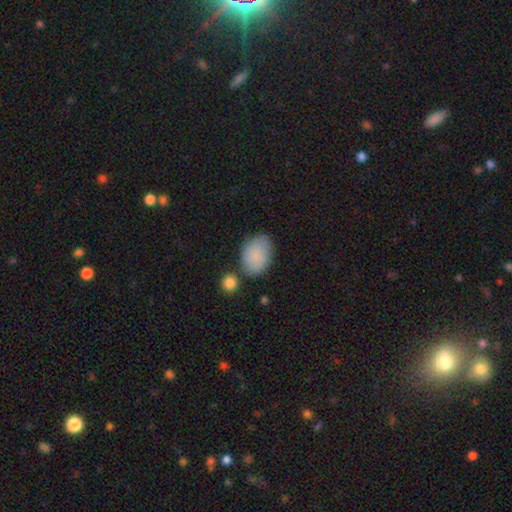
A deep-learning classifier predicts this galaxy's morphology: Q: Smooth or featured?
A: smooth (85%); runner-up: featured or disk (9%)
Q: How rounded?
A: in between (82%); runner-up: round (17%)
Q: Merging?
A: none (66%); runner-up: minor disturbance (18%)